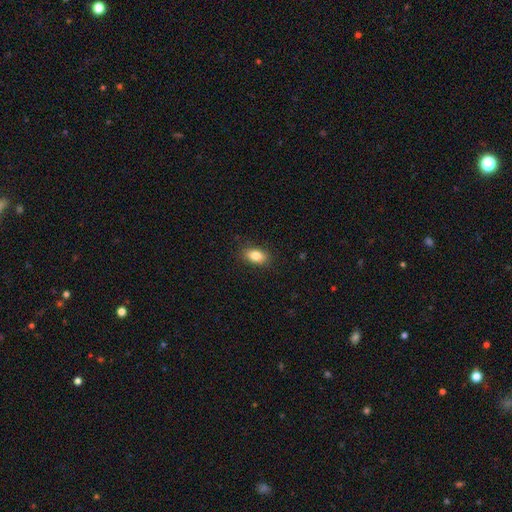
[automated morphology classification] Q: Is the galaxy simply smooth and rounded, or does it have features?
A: smooth — 84%.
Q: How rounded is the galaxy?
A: in between — 88%.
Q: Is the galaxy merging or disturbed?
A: none — 87%.